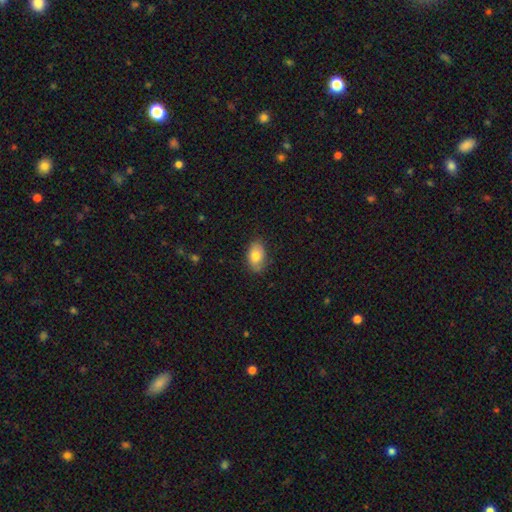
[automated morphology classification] Smooth or featured? smooth (80%)
How rounded? in between (90%)
Merging? none (80%)